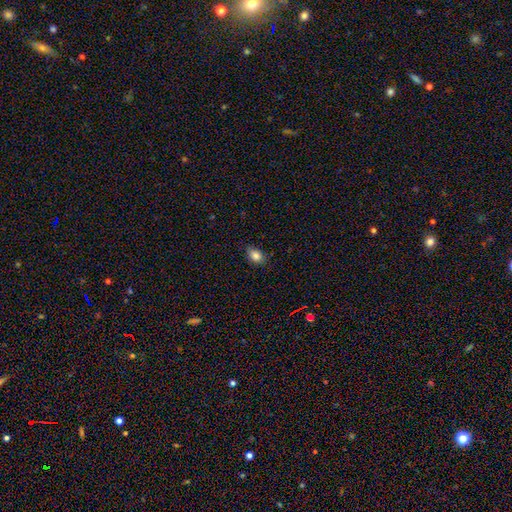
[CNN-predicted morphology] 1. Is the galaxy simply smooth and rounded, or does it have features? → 85% smooth, 9% star or artifact, 6% featured or disk.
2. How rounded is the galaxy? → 81% in between, 18% round, 1% cigar-shaped.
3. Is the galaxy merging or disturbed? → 83% none, 14% minor disturbance, 2% major disturbance, 1% merger.